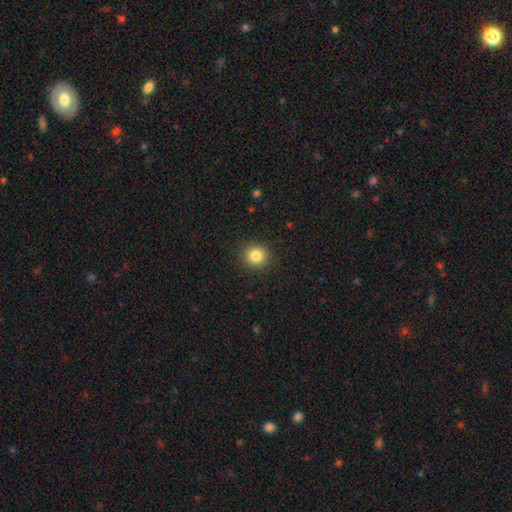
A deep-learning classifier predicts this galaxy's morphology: Q: Smooth or featured?
A: smooth (84%); runner-up: star or artifact (11%)
Q: How rounded?
A: round (90%); runner-up: in between (9%)
Q: Merging?
A: none (90%); runner-up: minor disturbance (7%)